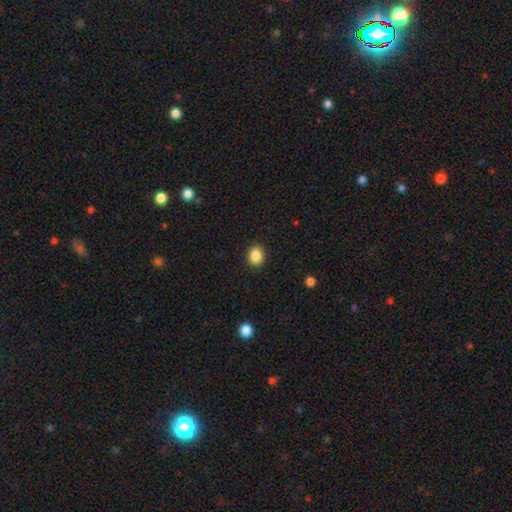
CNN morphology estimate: Overall: smooth (87%). How rounded: round (65%; in between 34%). Merging: none (91%).